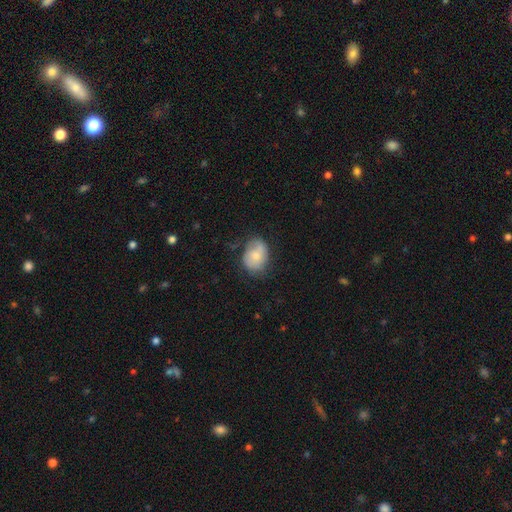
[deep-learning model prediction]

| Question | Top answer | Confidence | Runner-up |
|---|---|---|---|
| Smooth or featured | smooth | 59% | featured or disk (34%) |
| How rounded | in between | 59% | round (40%) |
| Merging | none | 58% | minor disturbance (29%) |